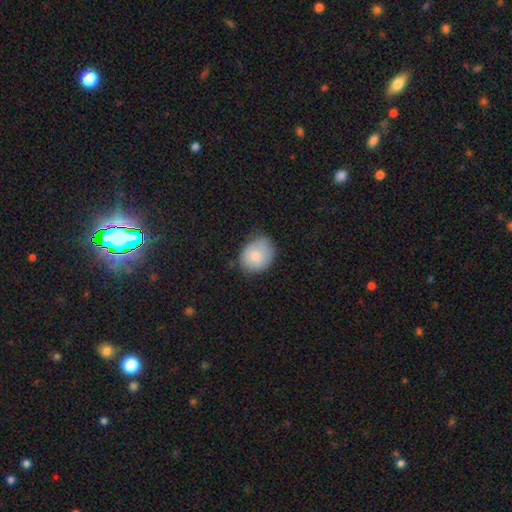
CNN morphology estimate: smooth_or_featured: smooth (p=0.80) [alt: featured or disk p=0.12]
how_rounded: round (p=0.57) [alt: in between p=0.42]
merging: none (p=0.59) [alt: minor disturbance p=0.32]